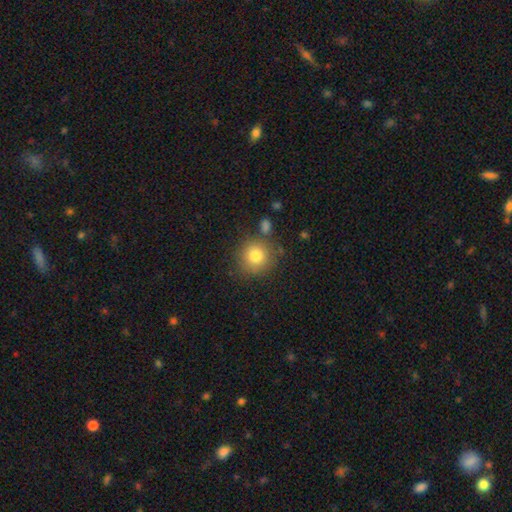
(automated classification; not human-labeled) Smooth or featured?
  - smooth: 81% *
  - star or artifact: 10%
  - featured or disk: 9%
How rounded?
  - round: 91% *
  - in between: 8%
  - cigar-shaped: 1%
Merging?
  - none: 78% *
  - minor disturbance: 11%
  - merger: 7%
  - major disturbance: 4%